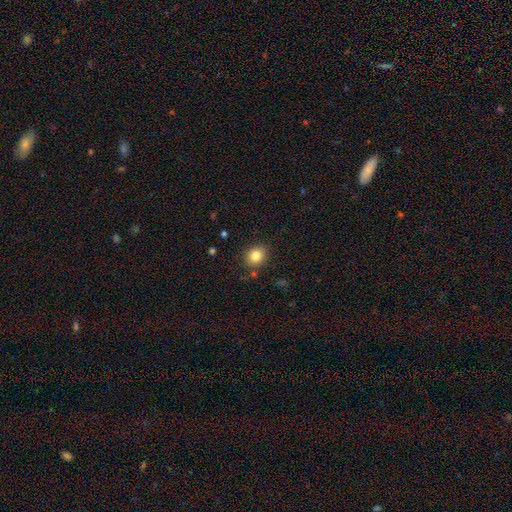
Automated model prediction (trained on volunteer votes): This appears to be a smooth galaxy with no disk features (82%) that is round (66%). Merging: none (85%).